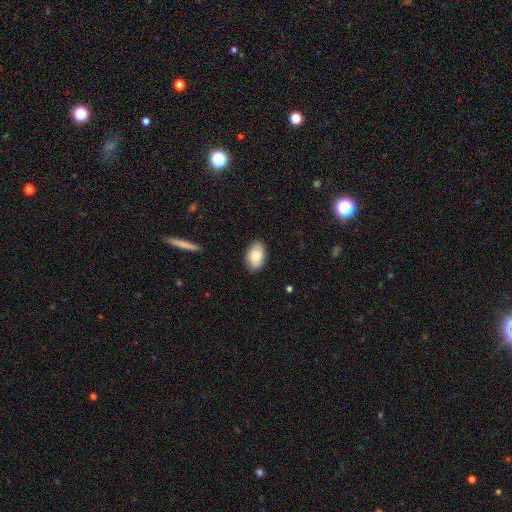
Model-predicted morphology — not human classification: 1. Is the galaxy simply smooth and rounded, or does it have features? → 78% smooth, 16% featured or disk, 7% star or artifact.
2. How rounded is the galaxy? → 90% in between, 9% round, 1% cigar-shaped.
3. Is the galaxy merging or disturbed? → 85% none, 12% minor disturbance, 2% major disturbance, 1% merger.